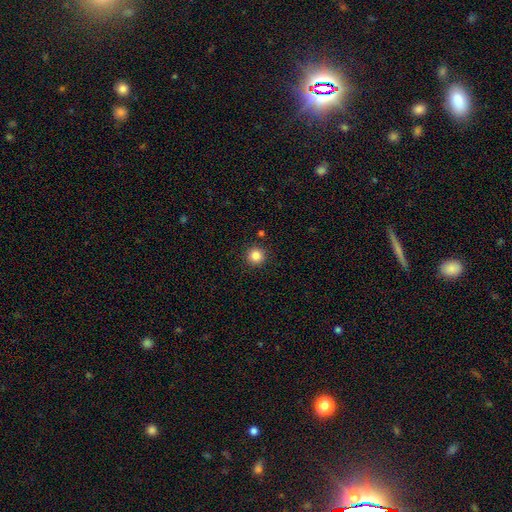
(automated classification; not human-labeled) Smooth or featured? Predicted: smooth (p=0.86). How rounded? Predicted: round (p=0.95). Merging? Predicted: none (p=0.91).